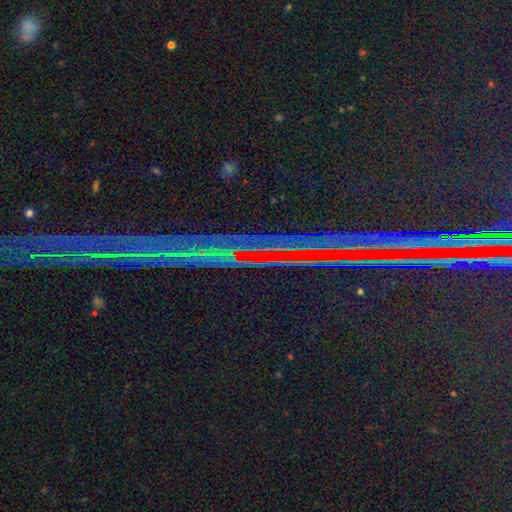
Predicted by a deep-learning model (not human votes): Morphology: type=star or artifact (77%).